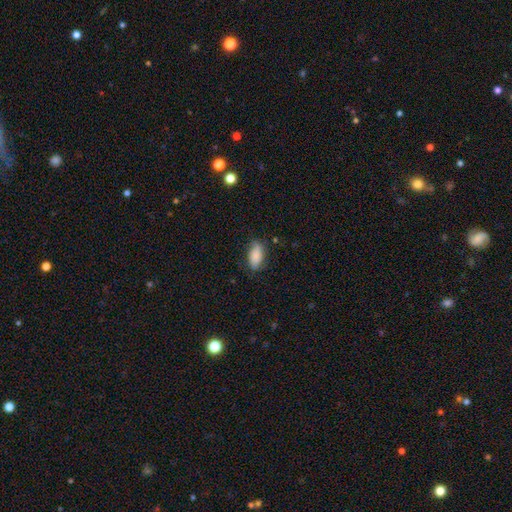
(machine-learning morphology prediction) Overall: smooth (84%). How rounded: in between (91%). Merging: none (74%).